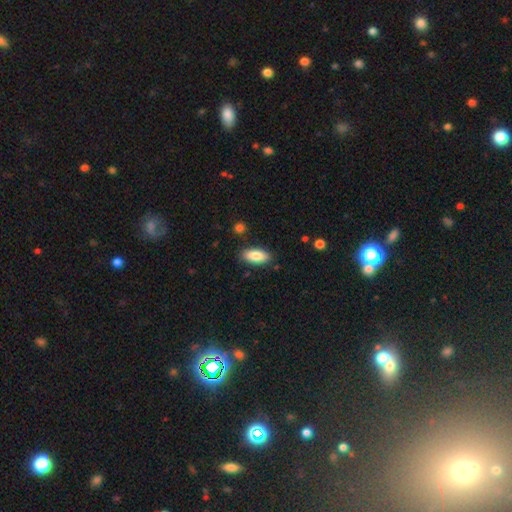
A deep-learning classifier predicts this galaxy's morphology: Smooth or featured? Predicted: smooth (p=0.85). How rounded? Predicted: in between (p=0.87). Merging? Predicted: none (p=0.86).